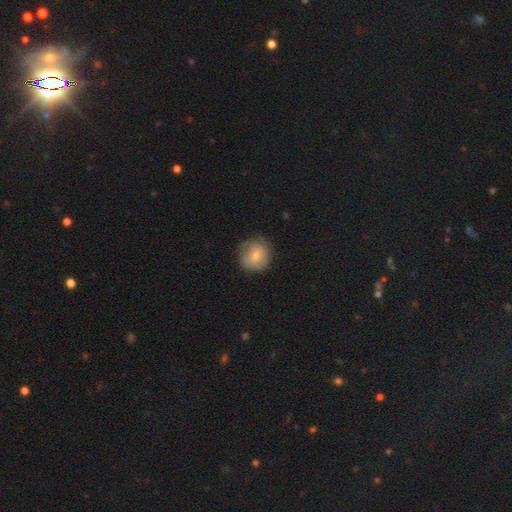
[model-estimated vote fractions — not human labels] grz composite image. It shows a smooth galaxy with no disk features (68%) that is round (87%). Merging: none (70%).